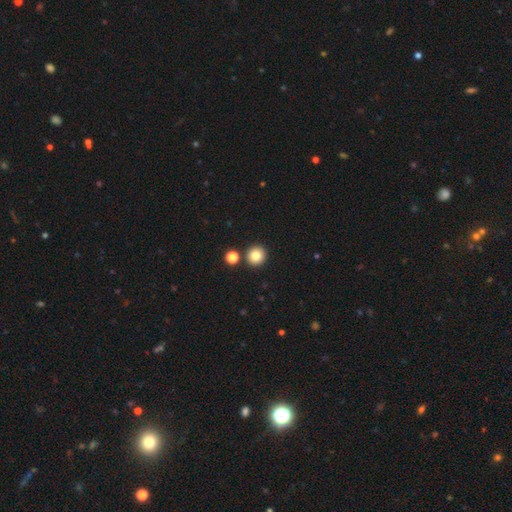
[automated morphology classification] A smooth galaxy with no disk features (81%) that is round (93%). Merging: none (87%).